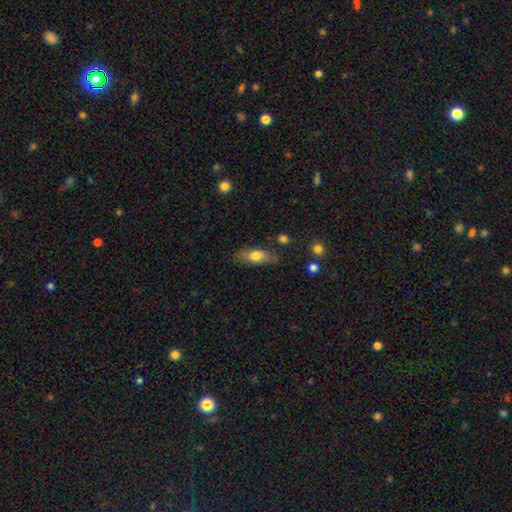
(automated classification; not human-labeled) smooth 72%, featured or disk 21%, star or artifact 7%. Down the decision tree: how rounded — in between (71%); merging — none (76%).